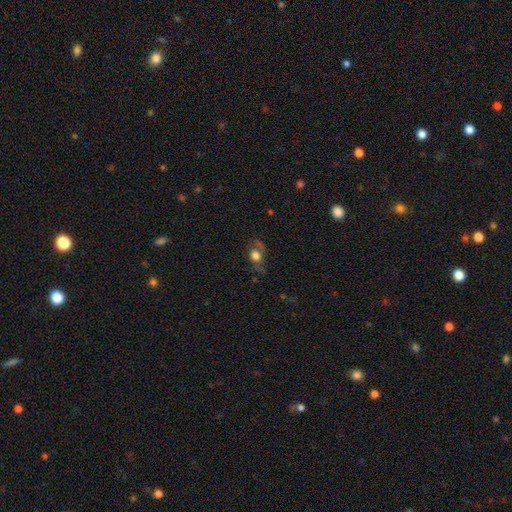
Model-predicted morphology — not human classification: This is likely a smooth galaxy (61%). How rounded: possibly in between (58%). Merging: possibly none (57%).